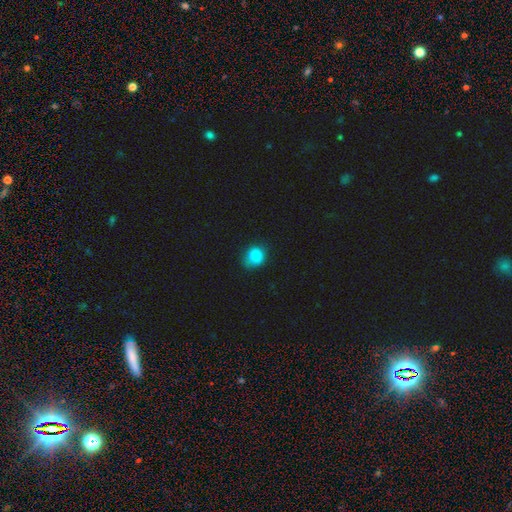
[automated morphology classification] Overall: smooth (85%). How rounded: round (66%; in between 33%). Merging: none (62%; minor disturbance 29%).